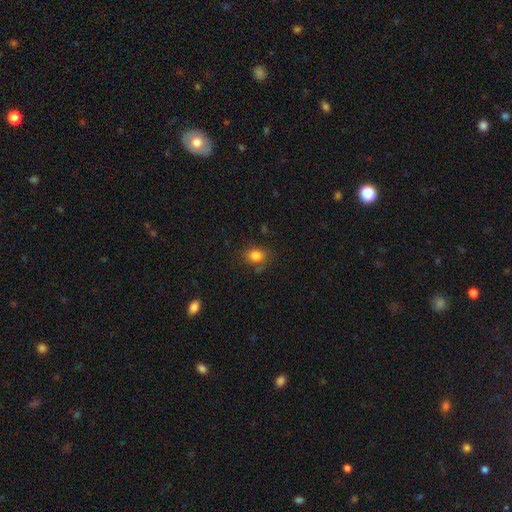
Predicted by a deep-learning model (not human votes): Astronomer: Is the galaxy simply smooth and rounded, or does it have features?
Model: smooth — 82%.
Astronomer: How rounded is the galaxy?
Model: in between — 56% (runner-up: round, 43%).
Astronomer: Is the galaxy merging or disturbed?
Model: none — 73%.